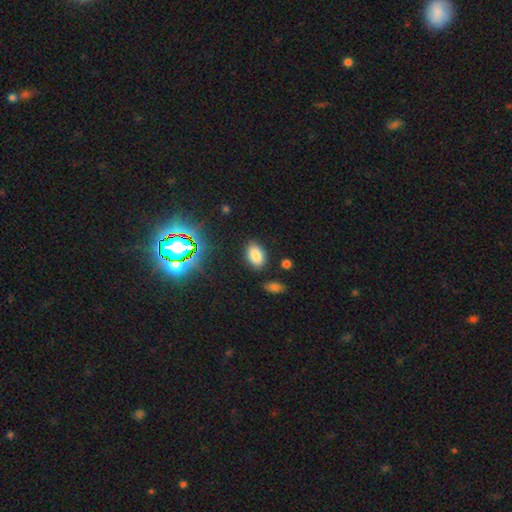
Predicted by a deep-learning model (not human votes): Q: Smooth or featured?
A: smooth (80%); runner-up: star or artifact (14%)
Q: How rounded?
A: in between (89%); runner-up: round (10%)
Q: Merging?
A: none (84%); runner-up: minor disturbance (10%)